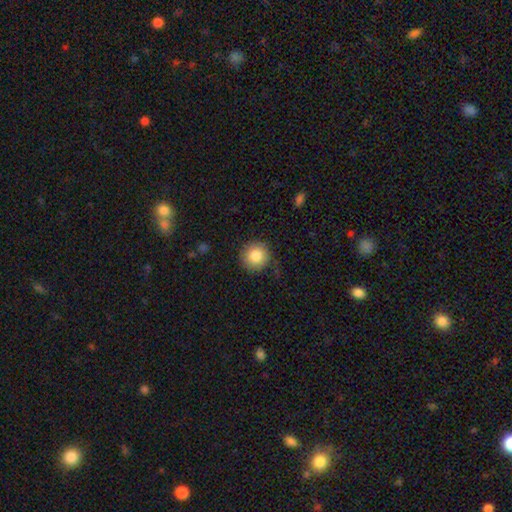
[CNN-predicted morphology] The model was most divided on "merging": none: 85%, minor disturbance: 11%, major disturbance: 3%, merger: 1%. More confident: how rounded — round (94%); smooth or featured — smooth (84%).